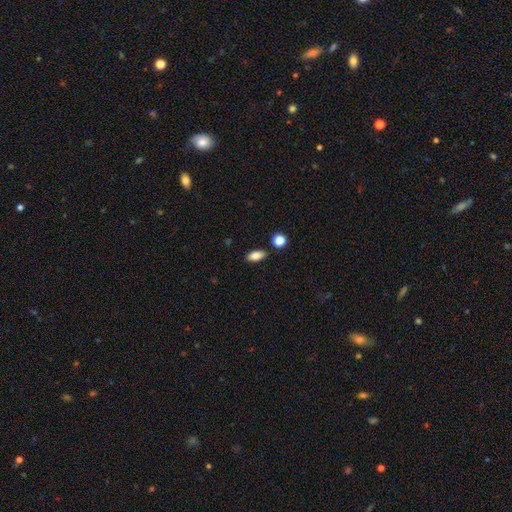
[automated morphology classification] Overall: smooth (83%). How rounded: in between (86%). Merging: none (85%).